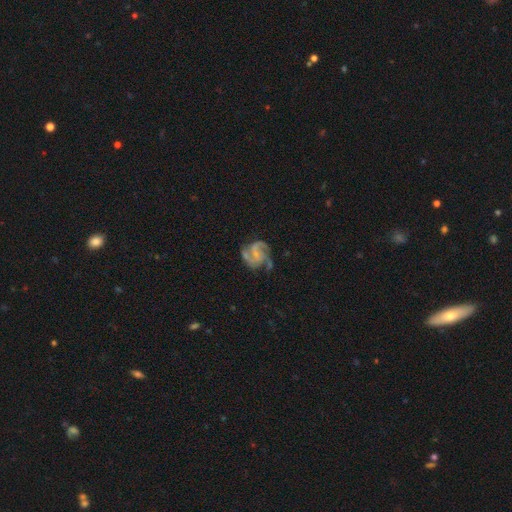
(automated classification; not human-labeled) This is clearly a featured or disk galaxy (87%). It is clearly not viewed edge-on (99%). Bar: possibly no (51%). Spiral arm pattern: clearly yes (97%). Spiral arm count: possibly 3 (53%). Spiral winding: possibly medium (53%). Central bulge: possibly small (50%). Merging: likely none (63%).